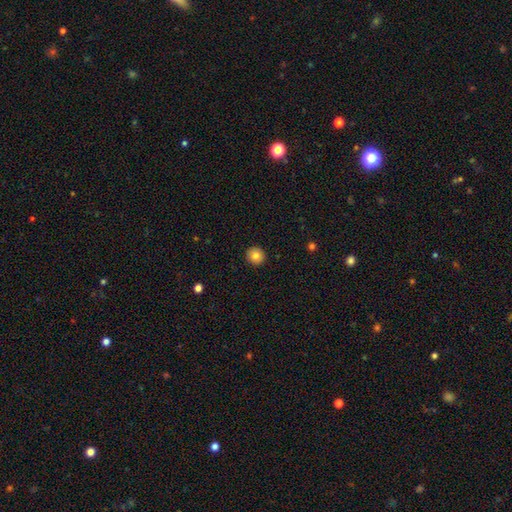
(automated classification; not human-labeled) smooth_or_featured: smooth (p=0.82) [alt: star or artifact p=0.09]
how_rounded: round (p=0.92) [alt: in between p=0.07]
merging: none (p=0.92) [alt: minor disturbance p=0.05]